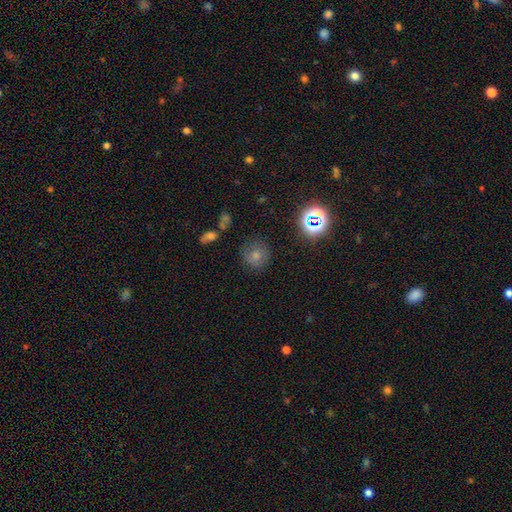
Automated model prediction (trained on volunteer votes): Morphology: type=smooth (69%); roundness=round (88%); merging=none (76%).